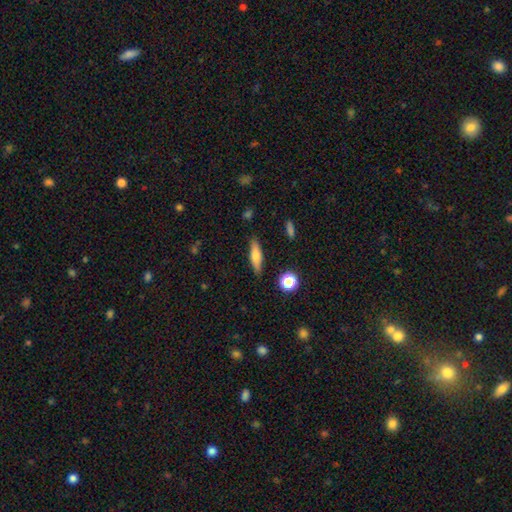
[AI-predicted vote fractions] Overall: smooth (65%; featured or disk 27%). How rounded: cigar-shaped (63%; in between 34%). Merging: none (86%).